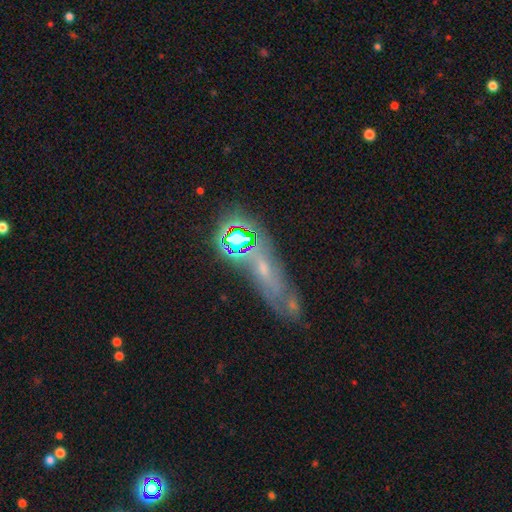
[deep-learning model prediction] This is marginally a featured or disk galaxy (38%). Merging: possibly none (55%).